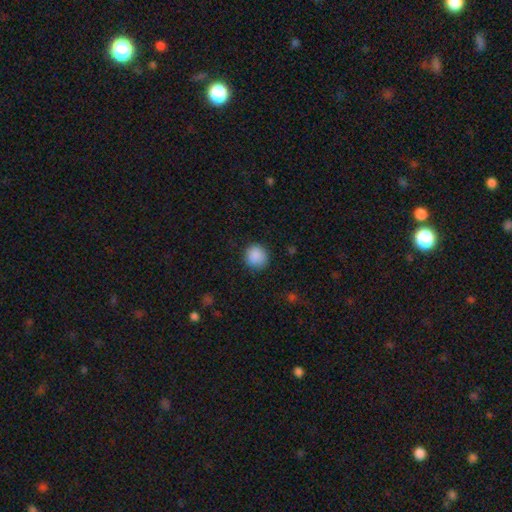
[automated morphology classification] smooth_or_featured: smooth (p=0.89) [alt: star or artifact p=0.08]
how_rounded: round (p=0.92) [alt: in between p=0.07]
merging: none (p=0.88) [alt: minor disturbance p=0.08]